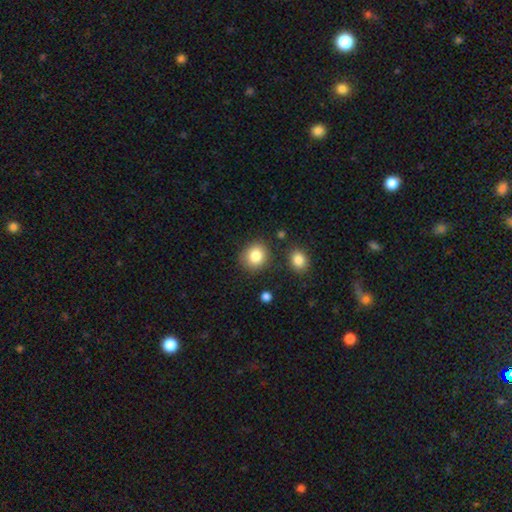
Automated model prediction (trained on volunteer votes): smooth 84%, star or artifact 9%, featured or disk 7%. Down the decision tree: how rounded — round (78%); merging — none (83%).